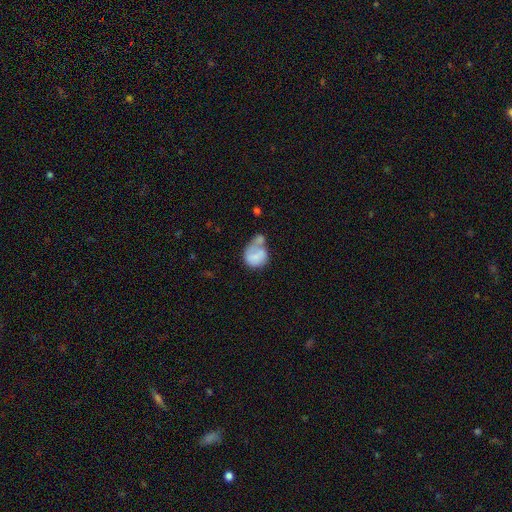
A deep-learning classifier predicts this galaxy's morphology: A smooth galaxy with no disk features (69%) that is round (62%).

Vote fractions:
- Smooth or featured? smooth: 69% / featured or disk: 24% / star or artifact: 8%
- How rounded? round: 62% / in between: 37% / cigar-shaped: 1%
- Merging? merger: 43% / none: 22% / minor disturbance: 18% / major disturbance: 17%